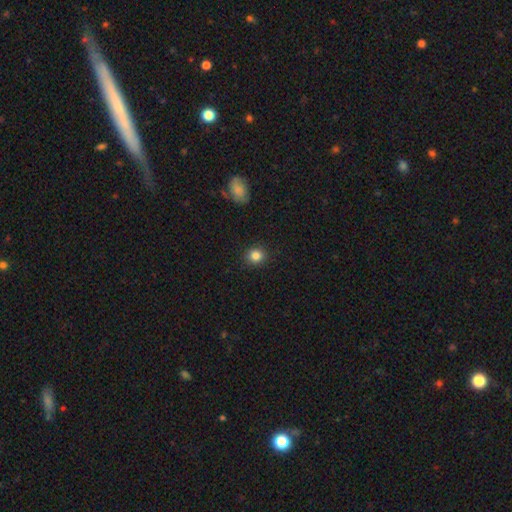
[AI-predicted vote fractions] Morphology: type=smooth (84%); roundness=round (88%); merging=none (91%).